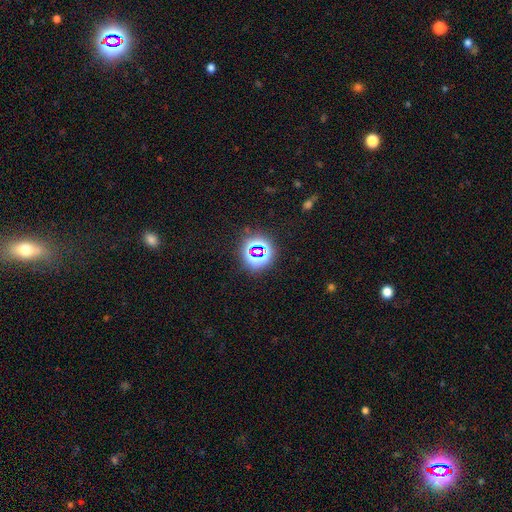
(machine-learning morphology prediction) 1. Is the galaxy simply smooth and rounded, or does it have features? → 70% star or artifact, 20% smooth, 10% featured or disk.